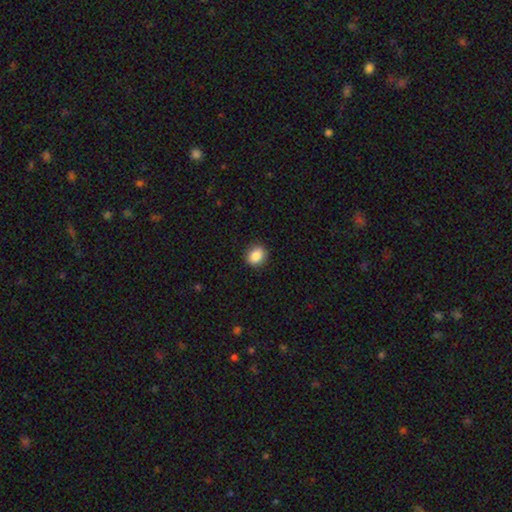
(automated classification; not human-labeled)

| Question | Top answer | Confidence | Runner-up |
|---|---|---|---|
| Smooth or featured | smooth | 87% | star or artifact (9%) |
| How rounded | round | 59% | in between (40%) |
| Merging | none | 88% | minor disturbance (9%) |